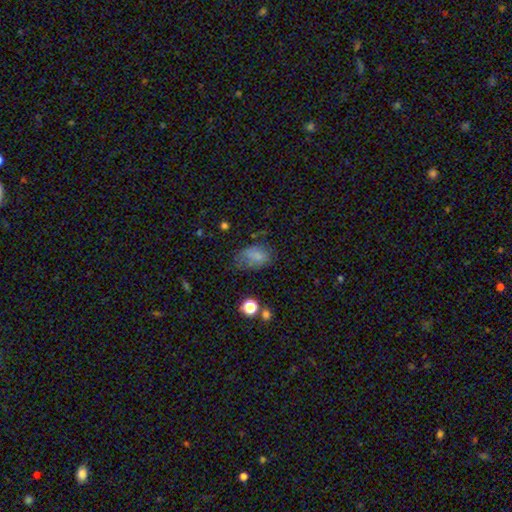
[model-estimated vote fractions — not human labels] Smooth or featured?
  - smooth: 73% *
  - star or artifact: 14%
  - featured or disk: 13%
How rounded?
  - in between: 82% *
  - round: 16%
  - cigar-shaped: 2%
Merging?
  - none: 45% *
  - minor disturbance: 31%
  - major disturbance: 21%
  - merger: 4%